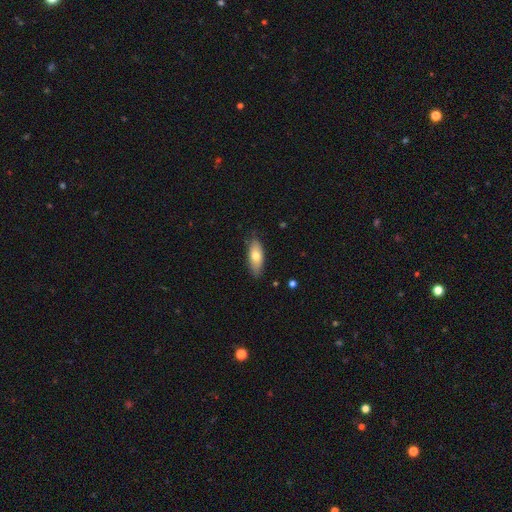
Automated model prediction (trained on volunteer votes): Q: Smooth or featured?
A: smooth (71%); runner-up: featured or disk (23%)
Q: How rounded?
A: in between (79%); runner-up: cigar-shaped (18%)
Q: Merging?
A: none (82%); runner-up: minor disturbance (15%)